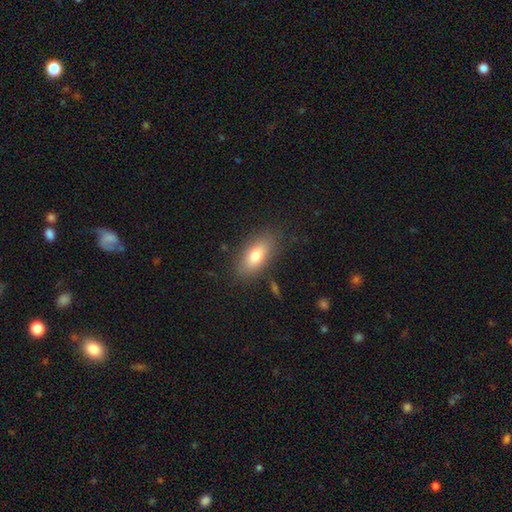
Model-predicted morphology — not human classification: This appears to be a smooth galaxy with no disk features (77%) that is in between round and cigar-shaped (86%). Merging: none (82%).